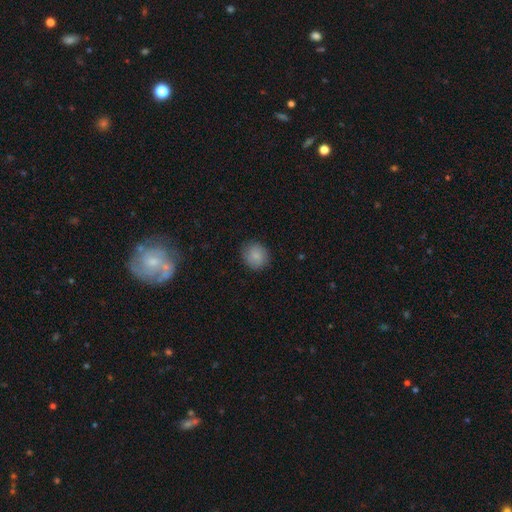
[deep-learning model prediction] Smooth or featured: smooth — 85% (star or artifact — 8%)
How rounded: round — 80% (in between — 19%)
Merging: none — 86% (minor disturbance — 11%)